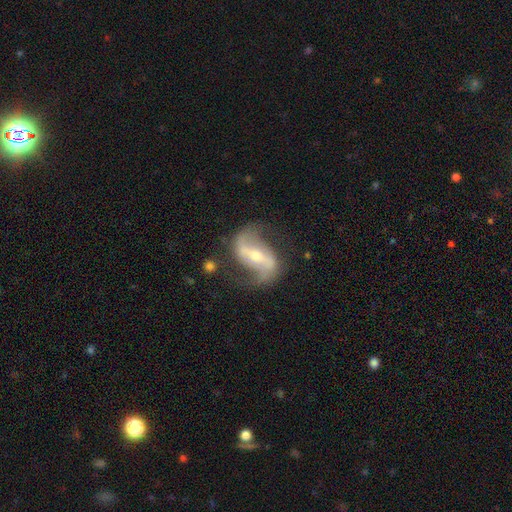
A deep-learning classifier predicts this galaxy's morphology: This appears to be a featured or disk galaxy (87%) with a strong bar (57%), 2 (92%) loose (58%) spiral arms (94%) and a small central bulge (50%). Merging: none (74%).